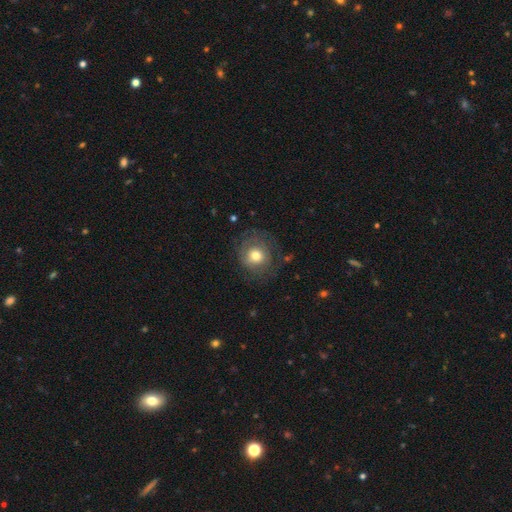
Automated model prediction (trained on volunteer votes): smooth 62%, featured or disk 29%, star or artifact 9%. Down the decision tree: how rounded — round (87%); merging — none (70%).